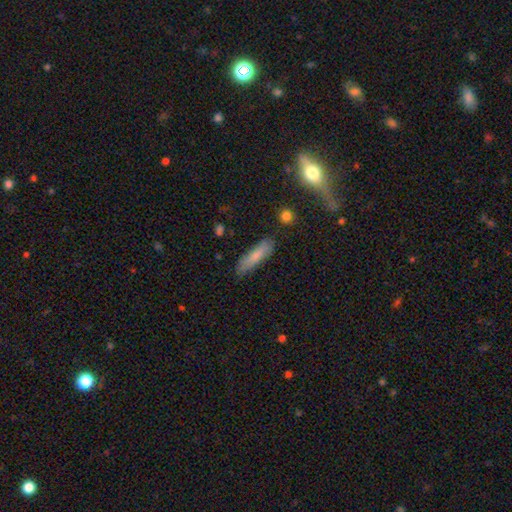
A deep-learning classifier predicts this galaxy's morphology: Q: Smooth or featured?
A: smooth (78%); runner-up: featured or disk (16%)
Q: How rounded?
A: cigar-shaped (71%); runner-up: in between (27%)
Q: Merging?
A: none (81%); runner-up: minor disturbance (14%)